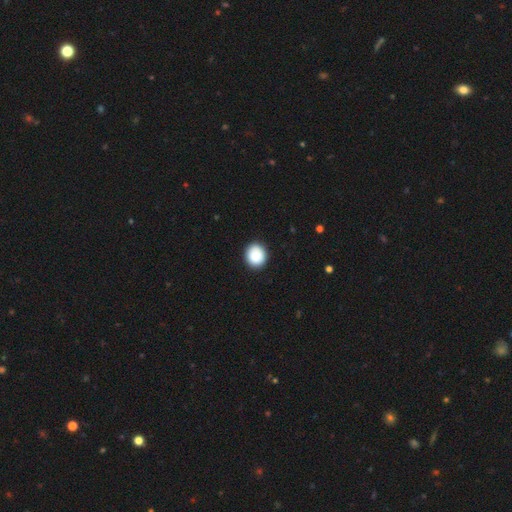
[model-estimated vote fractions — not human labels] smooth_or_featured: smooth (p=0.86) [alt: star or artifact p=0.08]
how_rounded: round (p=0.80) [alt: in between p=0.19]
merging: none (p=0.90) [alt: minor disturbance p=0.08]